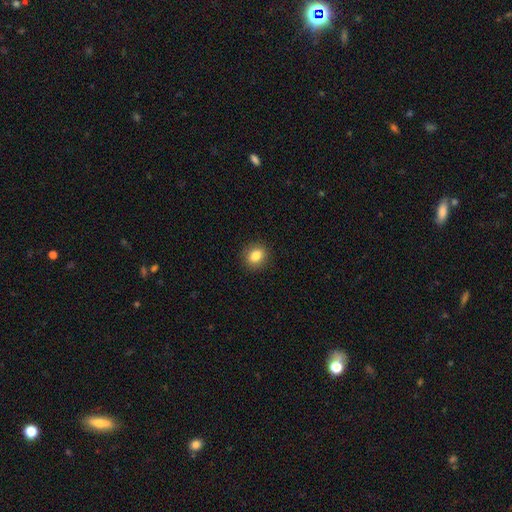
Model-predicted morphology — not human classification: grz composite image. It shows a smooth galaxy with no disk features (84%) that is round (59%). Merging: none (90%).